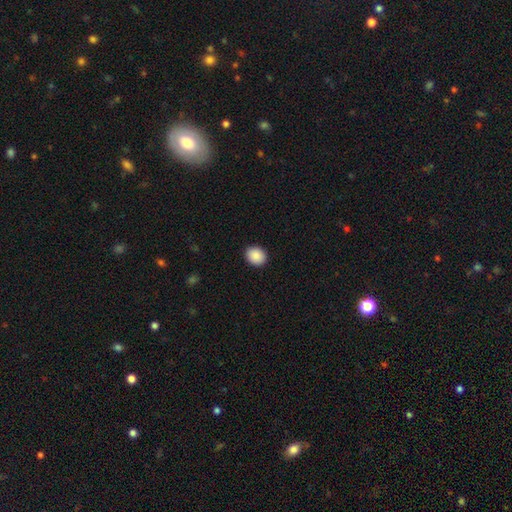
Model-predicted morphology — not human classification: Smooth or featured?
  - smooth: 89% *
  - star or artifact: 8%
  - featured or disk: 3%
How rounded?
  - round: 67% *
  - in between: 32%
  - cigar-shaped: 1%
Merging?
  - none: 91% *
  - minor disturbance: 6%
  - major disturbance: 2%
  - merger: 1%